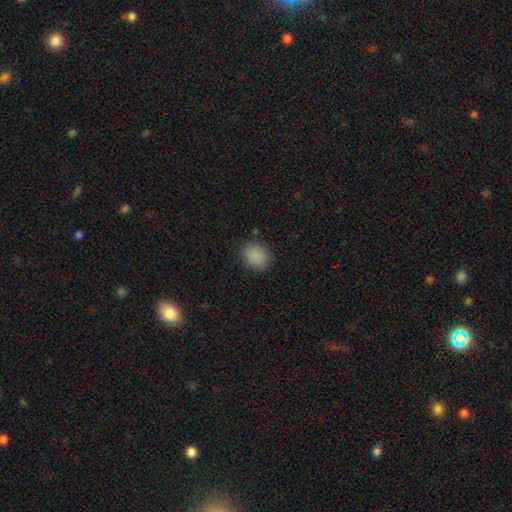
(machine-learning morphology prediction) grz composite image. It shows a smooth galaxy with no disk features (88%) that is round (67%). Merging: none (86%).